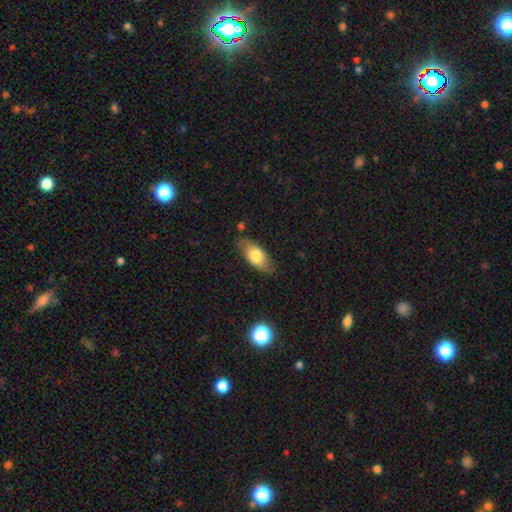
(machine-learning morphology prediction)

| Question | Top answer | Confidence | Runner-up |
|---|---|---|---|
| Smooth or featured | smooth | 71% | featured or disk (22%) |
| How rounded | in between | 83% | cigar-shaped (14%) |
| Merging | none | 80% | minor disturbance (15%) |